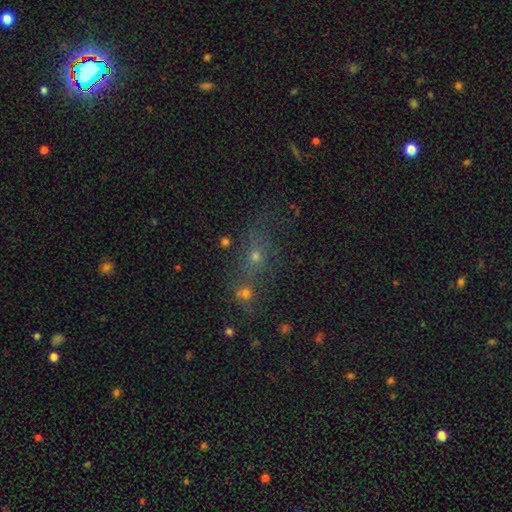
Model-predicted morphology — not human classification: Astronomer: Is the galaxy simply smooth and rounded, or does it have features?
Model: smooth — 53%.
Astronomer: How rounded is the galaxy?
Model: round — 54% (runner-up: in between, 41%).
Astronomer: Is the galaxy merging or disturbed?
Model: none — 44% (runner-up: merger, 32%).